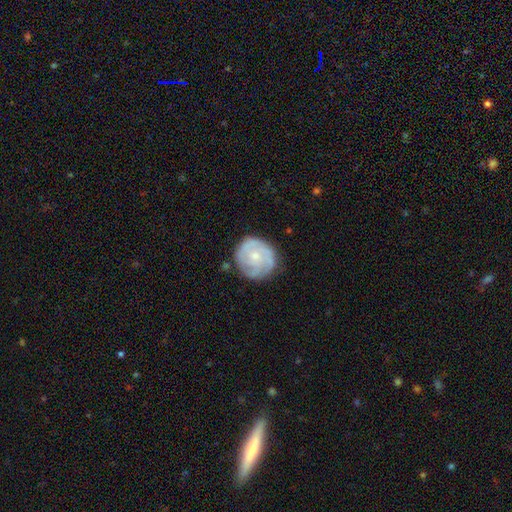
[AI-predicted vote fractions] Morphology: type=featured or disk (66%); edge-on=no (98%); bar=no (80%); spiral arms=yes (86%); winding=tight (63%); arm count=can't tell (35%); bulge=small (65%); merging=none (76%).